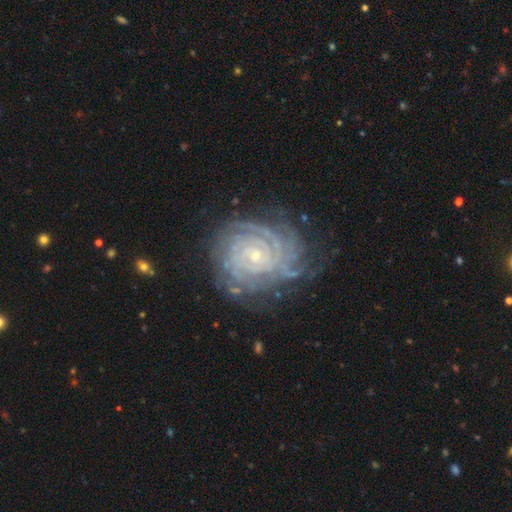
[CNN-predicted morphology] featured or disk 87%, star or artifact 7%, smooth 5%. Down the decision tree: edge-on disk — no (98%); bar — no (71%); spiral arms — yes (98%); spiral arm count — 4 (24%); spiral winding — tight (85%); bulge size — small (80%); merging — none (73%).